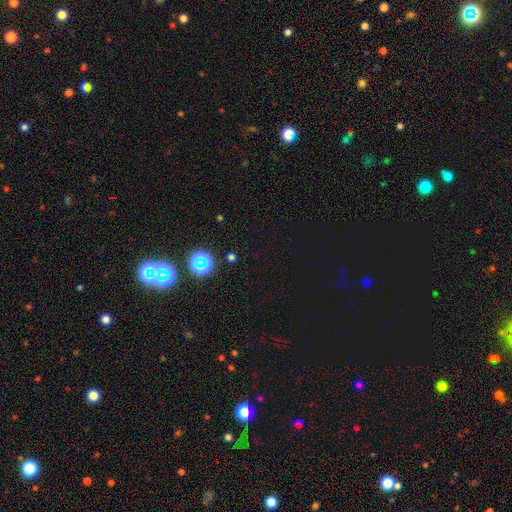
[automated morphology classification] Smooth or featured?
  - star or artifact: 55% *
  - smooth: 37%
  - featured or disk: 8%